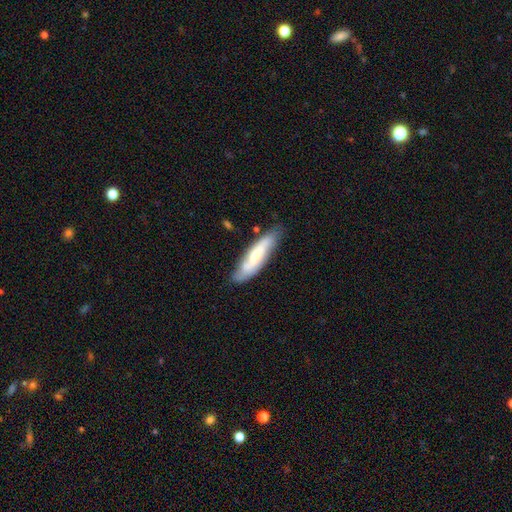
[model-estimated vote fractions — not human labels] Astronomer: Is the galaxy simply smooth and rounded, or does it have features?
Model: smooth — 50% (runner-up: featured or disk, 44%).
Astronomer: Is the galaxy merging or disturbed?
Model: none — 73%.